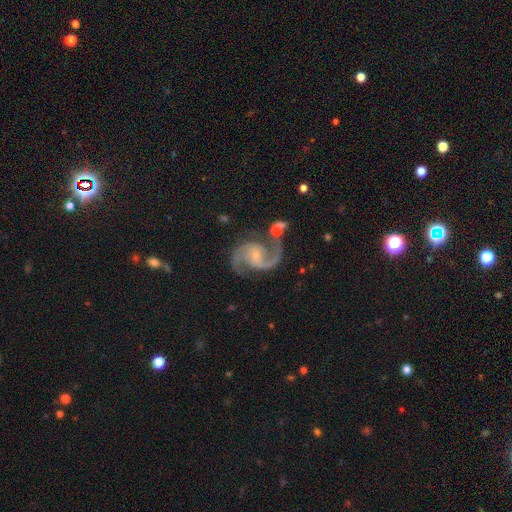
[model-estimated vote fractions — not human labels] Smooth or featured?
  - featured or disk: 92% *
  - star or artifact: 5%
  - smooth: 3%
Edge-on disk?
  - no: 98% *
  - yes: 2%
Bar?
  - no: 46% *
  - weak: 41%
  - strong: 13%
Spiral arms?
  - yes: 98% *
  - no: 2%
Spiral winding?
  - medium: 59% *
  - loose: 29%
  - tight: 12%
Spiral arm count?
  - 2: 91% *
  - 3: 3%
  - 1: 2%
  - can't tell: 2%
  - 4: 1%
  - more than 4: 1%
Bulge size?
  - small: 71% *
  - moderate: 23%
  - none: 4%
  - large: 1%
  - dominant: 1%
Merging?
  - none: 59% *
  - minor disturbance: 16%
  - merger: 14%
  - major disturbance: 10%